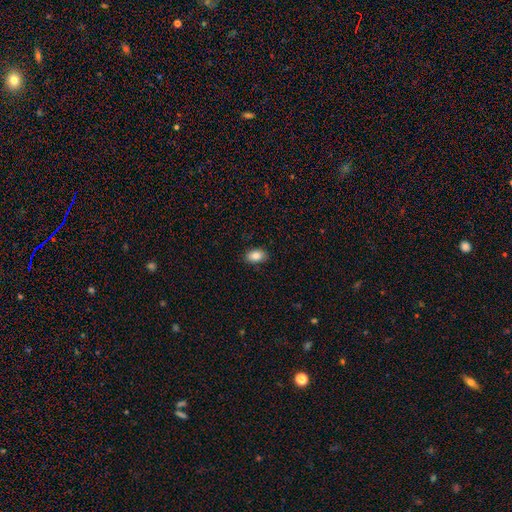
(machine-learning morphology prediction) Smooth or featured? smooth (85%)
How rounded? in between (87%)
Merging? none (87%)